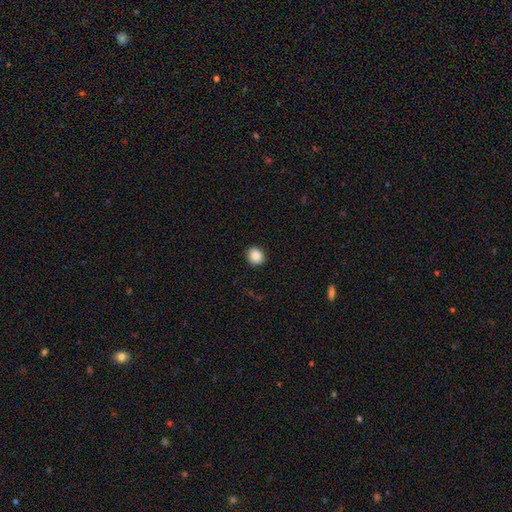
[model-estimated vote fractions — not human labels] A smooth galaxy with no disk features (88%) that is round (79%). Merging: none (89%).